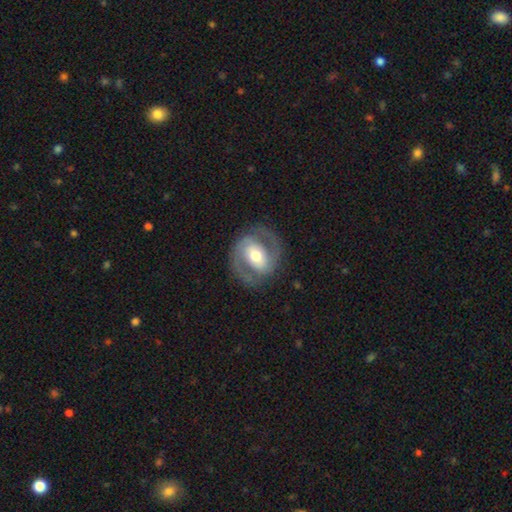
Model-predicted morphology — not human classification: Q: Smooth or featured?
A: featured or disk (81%); runner-up: smooth (14%)
Q: Edge-on disk?
A: no (97%); runner-up: yes (3%)
Q: Bar?
A: weak (36%); runner-up: no (35%)
Q: Spiral arms?
A: yes (87%); runner-up: no (13%)
Q: Spiral winding?
A: medium (51%); runner-up: tight (32%)
Q: Spiral arm count?
A: 2 (90%); runner-up: can't tell (4%)
Q: Bulge size?
A: moderate (69%); runner-up: large (16%)
Q: Merging?
A: none (80%); runner-up: minor disturbance (12%)